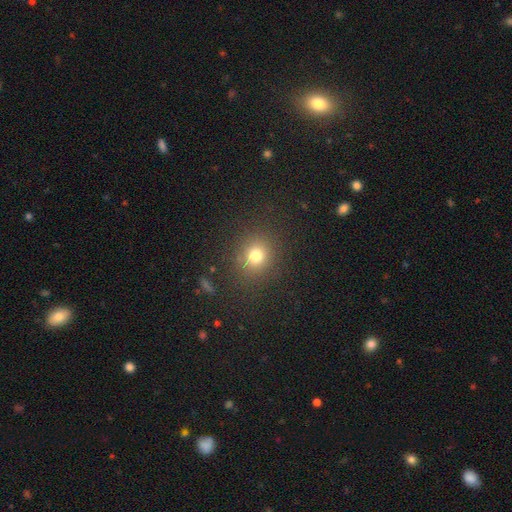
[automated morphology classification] This is likely a smooth galaxy (76%). How rounded: likely round (79%). Merging: clearly none (85%).